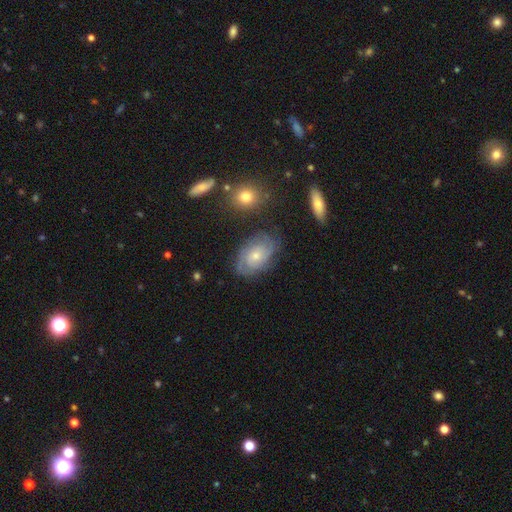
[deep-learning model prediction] Smooth or featured: featured or disk — 70% (smooth — 22%)
Edge-on disk: no — 96% (yes — 4%)
Bar: no — 76% (weak — 21%)
Spiral arms: yes — 90% (no — 10%)
Spiral winding: tight — 60% (medium — 31%)
Spiral arm count: 2 — 38% (can't tell — 35%)
Bulge size: small — 57% (moderate — 37%)
Merging: none — 73% (minor disturbance — 18%)